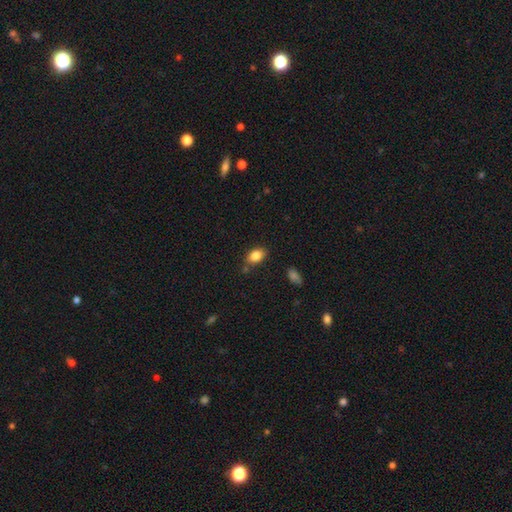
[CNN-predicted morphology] A smooth galaxy with no disk features (84%) that is in between round and cigar-shaped (84%).

Vote fractions:
- Smooth or featured? smooth: 84% / star or artifact: 9% / featured or disk: 7%
- How rounded? in between: 84% / round: 14% / cigar-shaped: 2%
- Merging? none: 77% / minor disturbance: 15% / merger: 5% / major disturbance: 3%